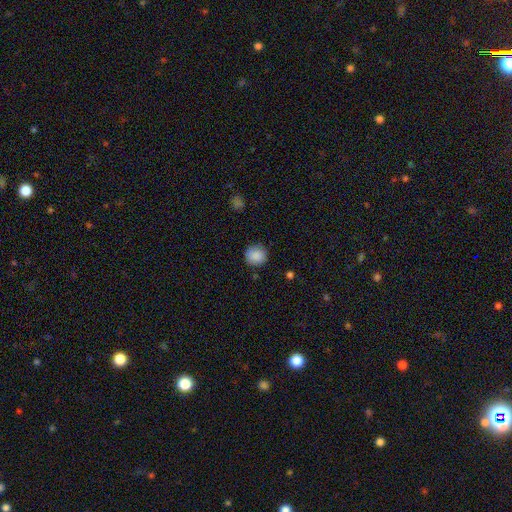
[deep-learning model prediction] A smooth galaxy with no disk features (88%) that is round (92%). Merging: none (86%).